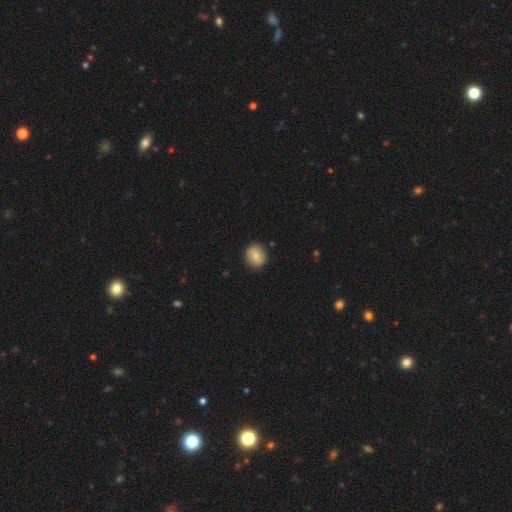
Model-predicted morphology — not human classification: smooth-or-featured: smooth: 73% | featured or disk: 19% | star or artifact: 8%
  how-rounded: round: 82% | in between: 17% | cigar-shaped: 1%
  merging: none: 87% | minor disturbance: 9% | major disturbance: 2% | merger: 1%